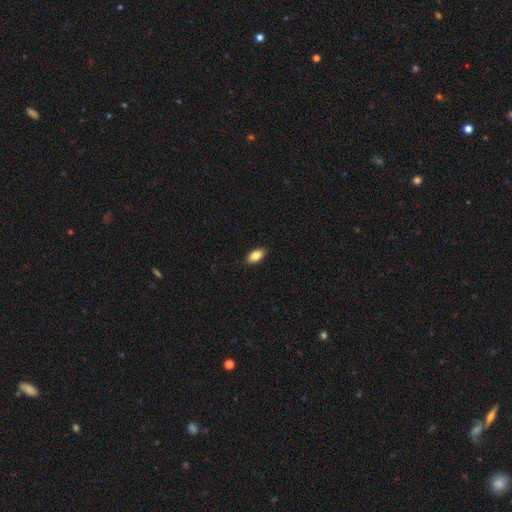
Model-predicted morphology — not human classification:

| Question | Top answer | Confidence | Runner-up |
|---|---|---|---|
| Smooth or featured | smooth | 82% | featured or disk (11%) |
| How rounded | in between | 90% | cigar-shaped (6%) |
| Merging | none | 89% | minor disturbance (9%) |